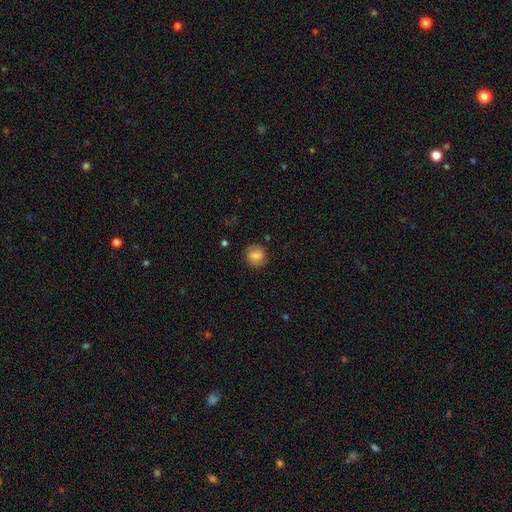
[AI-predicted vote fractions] Overall: smooth (81%). How rounded: round (81%). Merging: none (82%).